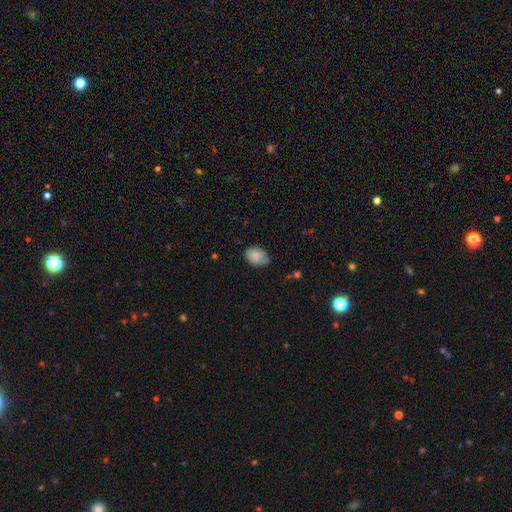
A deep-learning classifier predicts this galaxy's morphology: Smooth or featured: smooth — 82% (featured or disk — 11%)
How rounded: in between — 81% (round — 18%)
Merging: none — 66% (minor disturbance — 28%)